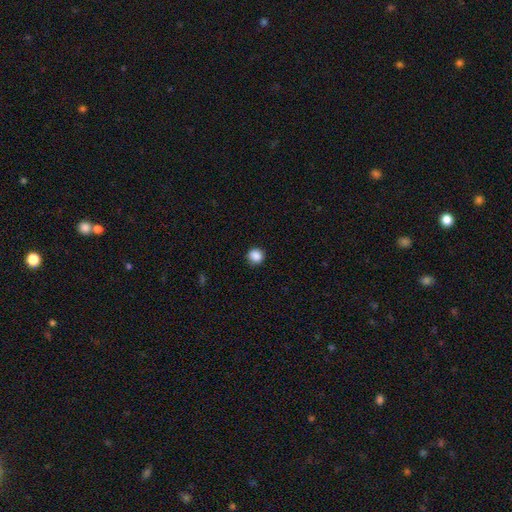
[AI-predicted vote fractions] smooth_or_featured: smooth (p=0.88) [alt: star or artifact p=0.10]
how_rounded: round (p=0.91) [alt: in between p=0.08]
merging: none (p=0.89) [alt: minor disturbance p=0.08]